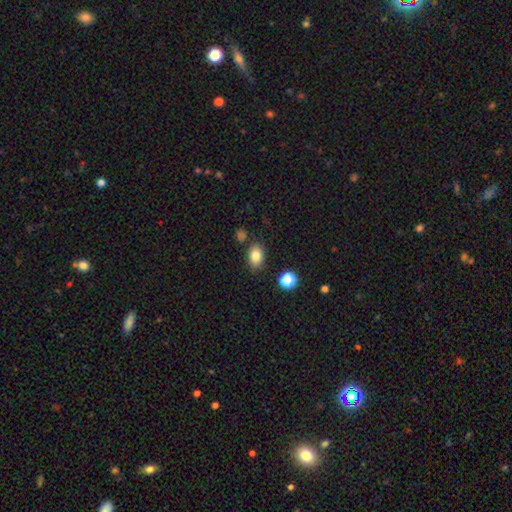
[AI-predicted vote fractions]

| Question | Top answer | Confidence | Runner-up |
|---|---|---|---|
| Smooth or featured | smooth | 83% | star or artifact (10%) |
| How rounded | in between | 80% | round (19%) |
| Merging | none | 82% | minor disturbance (11%) |